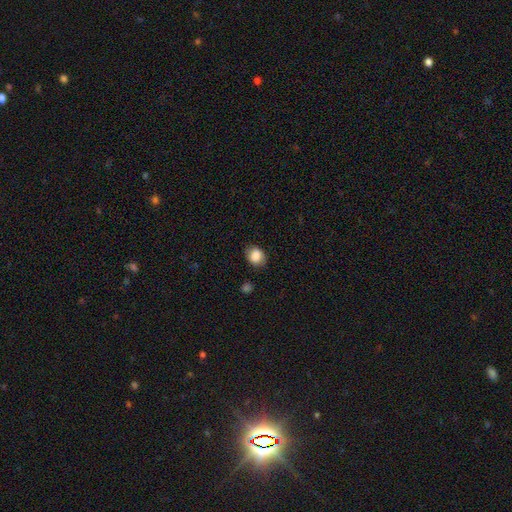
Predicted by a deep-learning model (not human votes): This appears to be a smooth galaxy with no disk features (86%) that is round (50%). Merging: none (78%).